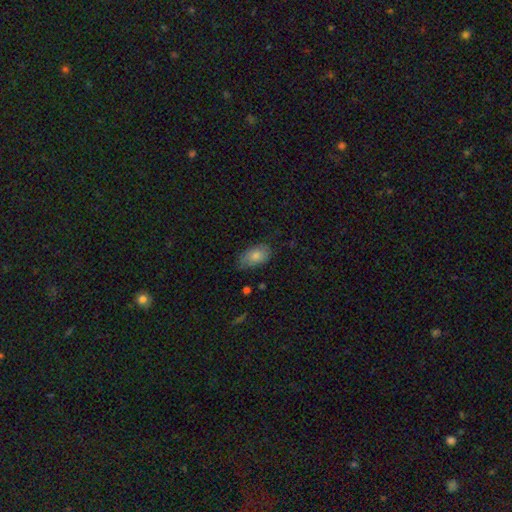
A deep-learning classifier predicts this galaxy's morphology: This is likely a smooth galaxy (78%). How rounded: clearly in between (91%). Merging: likely none (72%).